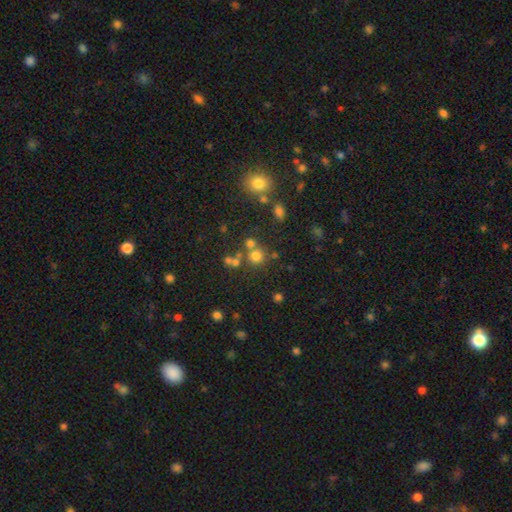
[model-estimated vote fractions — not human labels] This is likely a smooth galaxy (69%). How rounded: clearly round (89%). Merging: likely none (63%).